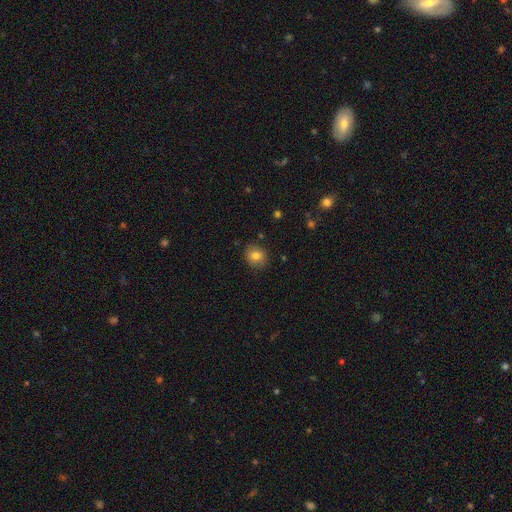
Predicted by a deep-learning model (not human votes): The model was most divided on "how rounded": round: 76%, in between: 23%, cigar-shaped: 1%. More confident: merging — none (86%); smooth or featured — smooth (80%).